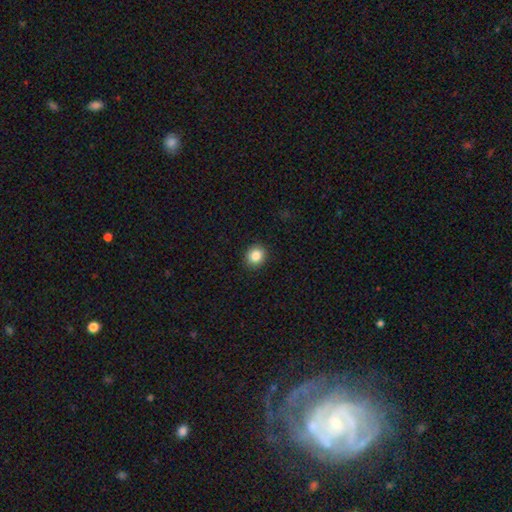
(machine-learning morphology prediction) Overall: smooth (85%). How rounded: round (80%). Merging: none (91%).